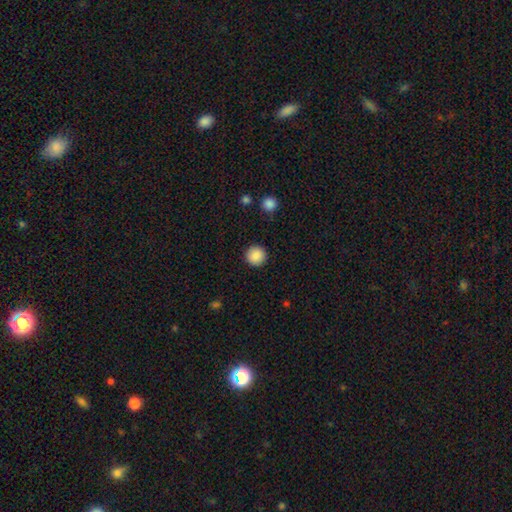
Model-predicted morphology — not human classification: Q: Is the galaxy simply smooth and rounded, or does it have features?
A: smooth — 88%.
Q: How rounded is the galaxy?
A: round — 96%.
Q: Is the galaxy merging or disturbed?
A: none — 92%.